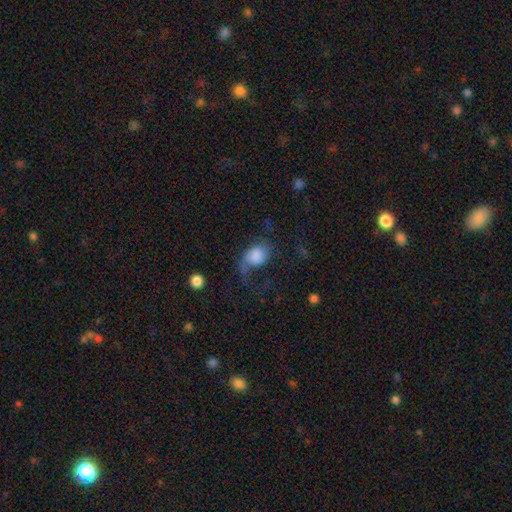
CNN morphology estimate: type=smooth (56%); roundness=in between (69%); merging=major disturbance (44%).